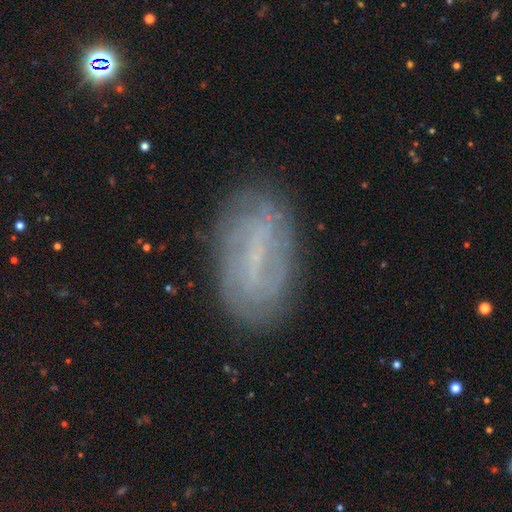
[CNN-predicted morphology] smooth_or_featured: featured or disk (p=0.63) [alt: smooth p=0.26]
disk_edge_on: no (p=0.93) [alt: yes p=0.07]
bar: weak (p=0.44) [alt: strong p=0.36]
has_spiral_arms: yes (p=0.69) [alt: no p=0.31]
bulge_size: small (p=0.50) [alt: none p=0.38]
merging: none (p=0.79) [alt: minor disturbance p=0.15]